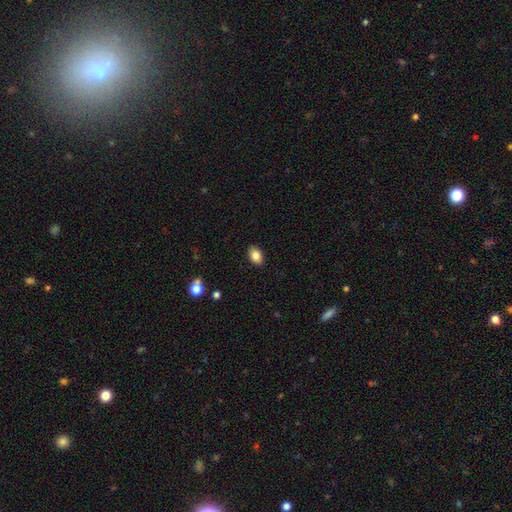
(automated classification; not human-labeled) This is clearly a smooth galaxy (84%). How rounded: clearly in between (85%). Merging: clearly none (89%).